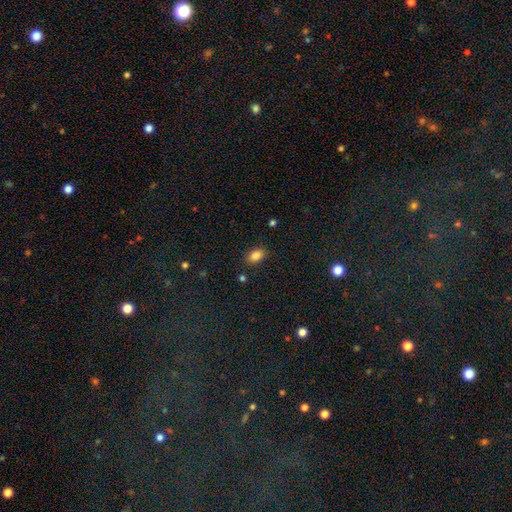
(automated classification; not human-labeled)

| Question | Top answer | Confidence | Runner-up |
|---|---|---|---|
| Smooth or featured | smooth | 85% | star or artifact (10%) |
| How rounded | in between | 84% | round (15%) |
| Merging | none | 85% | minor disturbance (11%) |